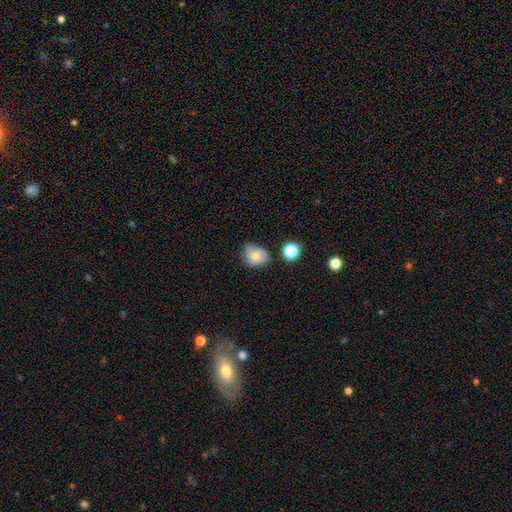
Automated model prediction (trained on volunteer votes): A smooth galaxy with no disk features (76%) that is round (54%). Merging: none (56%).